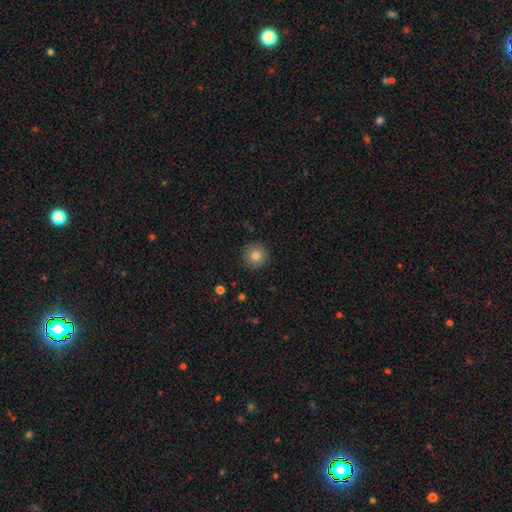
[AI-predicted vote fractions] Morphology: type=smooth (81%); roundness=round (95%); merging=none (91%).